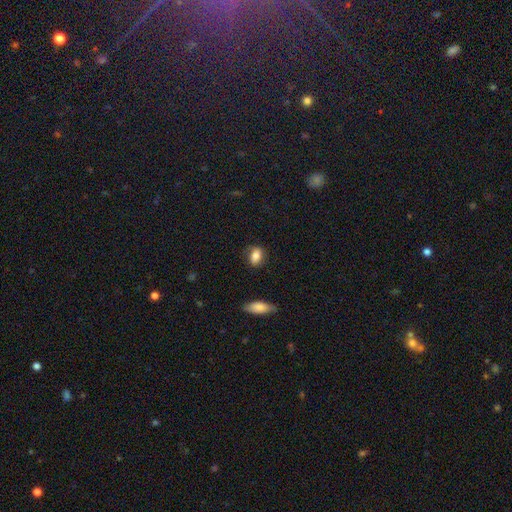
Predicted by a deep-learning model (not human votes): smooth 78%, featured or disk 13%, star or artifact 8%. Down the decision tree: how rounded — in between (76%); merging — none (71%).